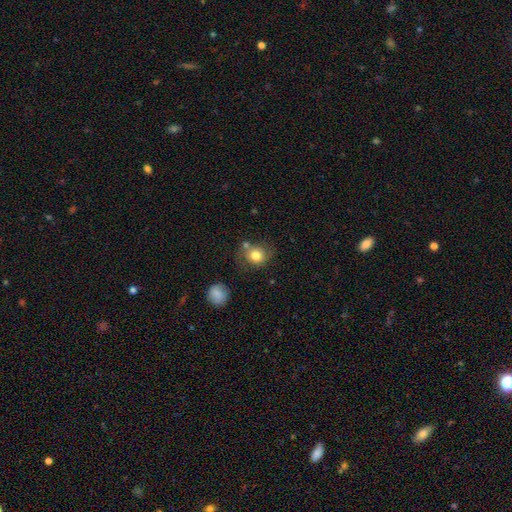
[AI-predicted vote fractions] Overall: smooth (79%). How rounded: round (80%). Merging: none (63%).